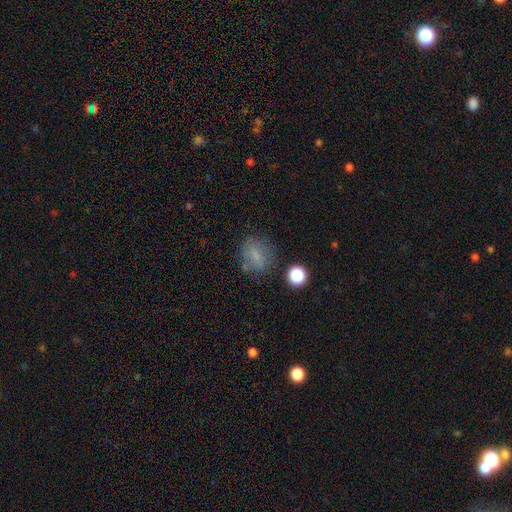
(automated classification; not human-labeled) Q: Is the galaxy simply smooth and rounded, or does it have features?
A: smooth — 71%.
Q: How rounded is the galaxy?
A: round — 64%.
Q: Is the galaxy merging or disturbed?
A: none — 73%.